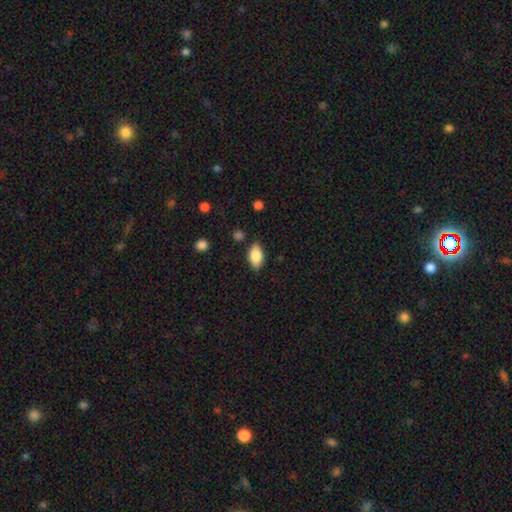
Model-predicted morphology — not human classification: Smooth or featured: smooth — 82% (featured or disk — 11%)
How rounded: in between — 91% (round — 5%)
Merging: none — 83% (minor disturbance — 12%)